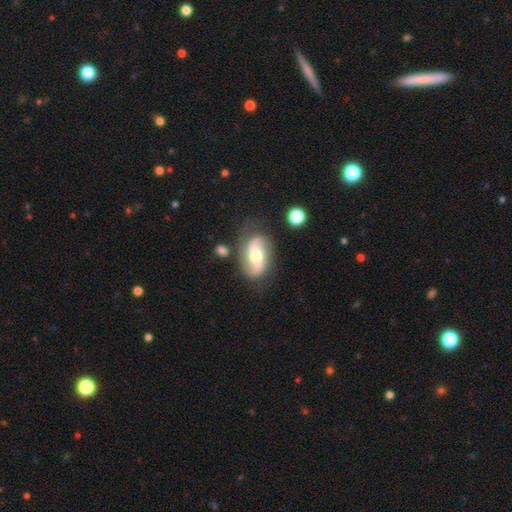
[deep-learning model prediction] Smooth or featured? Predicted: featured or disk (p=0.75). Edge-on disk? Predicted: no (p=0.96). Bar? Predicted: no (p=0.44). Spiral arms? Predicted: yes (p=0.92). Spiral winding? Predicted: loose (p=0.48). Spiral arm count? Predicted: 2 (p=0.90). Bulge size? Predicted: moderate (p=0.68). Merging? Predicted: none (p=0.70).